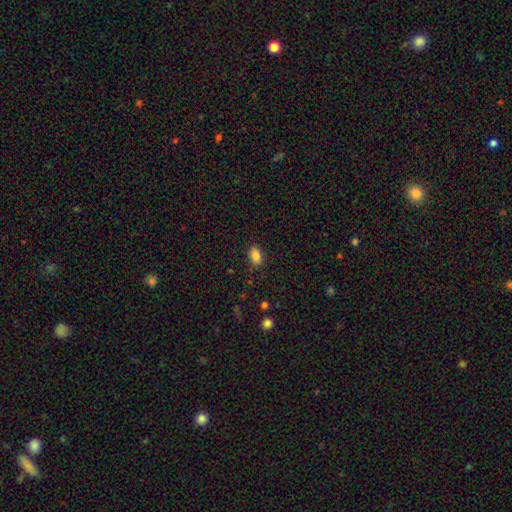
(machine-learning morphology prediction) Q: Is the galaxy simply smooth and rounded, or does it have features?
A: smooth — 86%.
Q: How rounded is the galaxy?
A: in between — 87%.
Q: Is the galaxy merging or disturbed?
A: none — 86%.